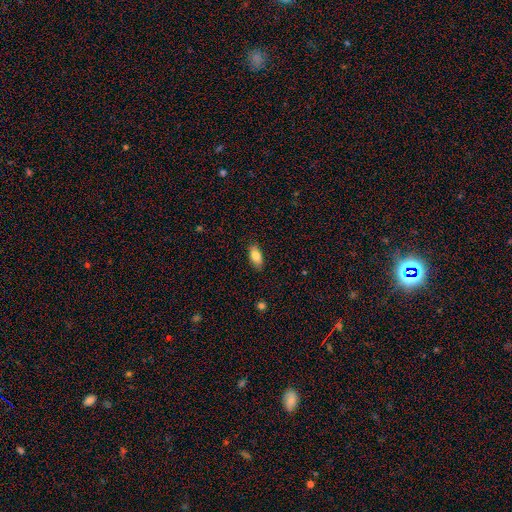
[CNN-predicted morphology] Smooth or featured? smooth (83%)
How rounded? in between (89%)
Merging? none (87%)